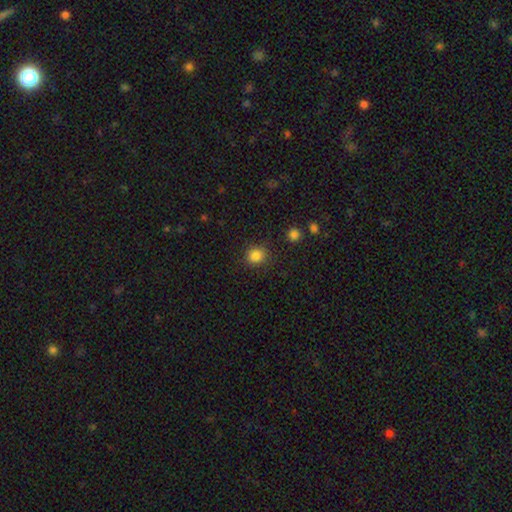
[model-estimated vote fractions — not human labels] Q: Smooth or featured?
A: smooth (84%); runner-up: star or artifact (12%)
Q: How rounded?
A: round (86%); runner-up: in between (13%)
Q: Merging?
A: none (87%); runner-up: minor disturbance (8%)